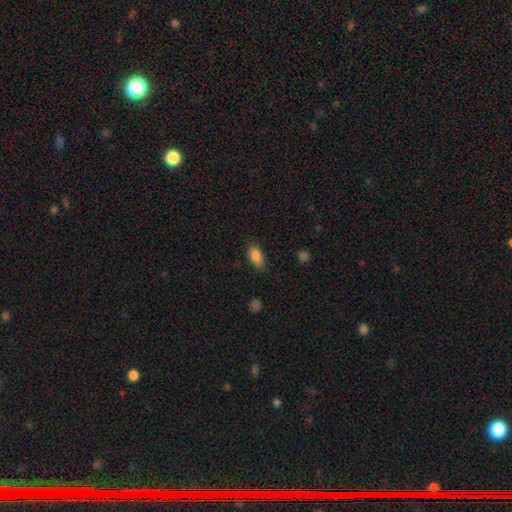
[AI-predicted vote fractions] Smooth or featured? smooth (86%)
How rounded? in between (90%)
Merging? none (78%)